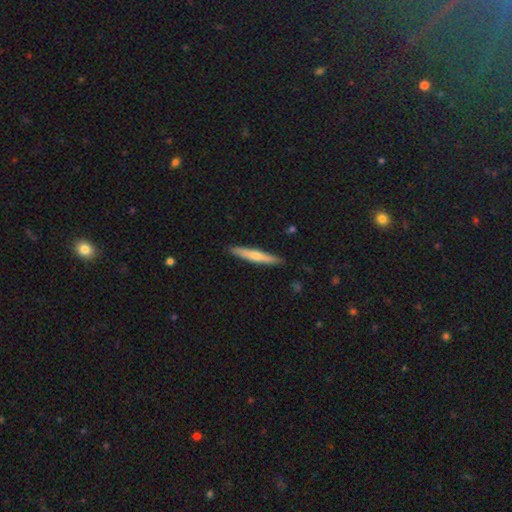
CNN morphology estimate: Q: Smooth or featured?
A: smooth (57%); runner-up: featured or disk (38%)
Q: How rounded?
A: cigar-shaped (93%); runner-up: in between (5%)
Q: Merging?
A: none (90%); runner-up: minor disturbance (8%)